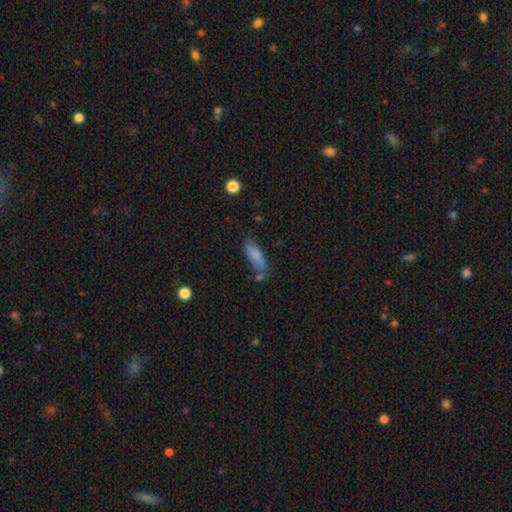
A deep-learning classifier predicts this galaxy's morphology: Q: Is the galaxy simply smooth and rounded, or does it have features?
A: smooth — 76%.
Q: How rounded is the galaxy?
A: in between — 63%.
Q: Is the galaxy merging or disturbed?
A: none — 60%.